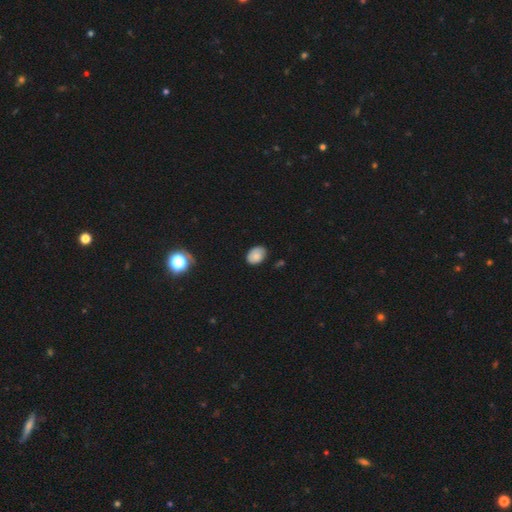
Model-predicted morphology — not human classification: Smooth or featured? smooth (81%)
How rounded? in between (77%)
Merging? none (80%)